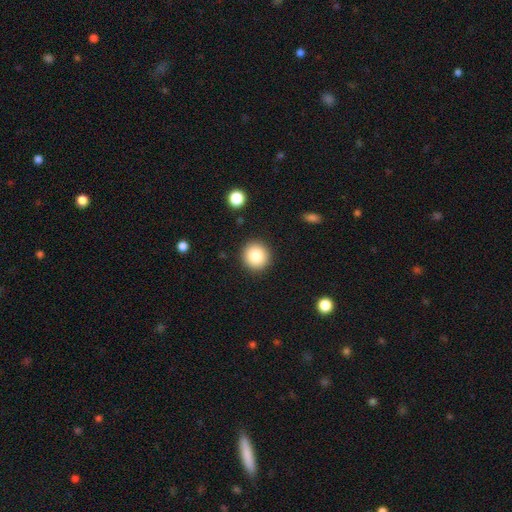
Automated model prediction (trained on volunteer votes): smooth_or_featured: smooth (p=0.83) [alt: star or artifact p=0.10]
how_rounded: round (p=0.90) [alt: in between p=0.09]
merging: none (p=0.90) [alt: minor disturbance p=0.06]